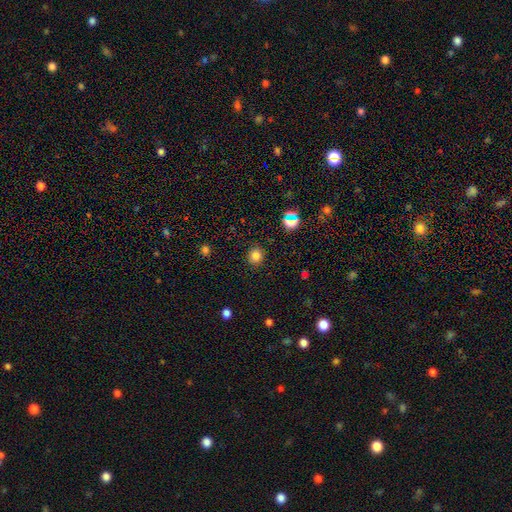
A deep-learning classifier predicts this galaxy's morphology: smooth_or_featured: smooth (p=0.81) [alt: star or artifact p=0.14]
how_rounded: round (p=0.83) [alt: in between p=0.16]
merging: none (p=0.90) [alt: minor disturbance p=0.06]